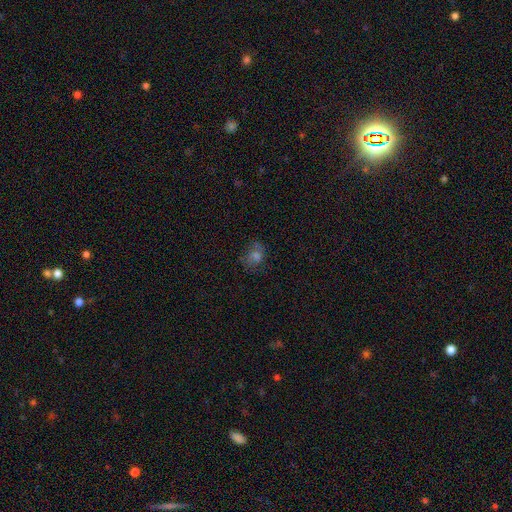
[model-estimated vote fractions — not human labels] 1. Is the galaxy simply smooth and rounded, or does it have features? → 53% smooth, 24% featured or disk, 23% star or artifact.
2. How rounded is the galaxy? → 54% round, 45% in between, 1% cigar-shaped.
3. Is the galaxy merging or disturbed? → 64% none, 21% minor disturbance, 11% major disturbance, 4% merger.